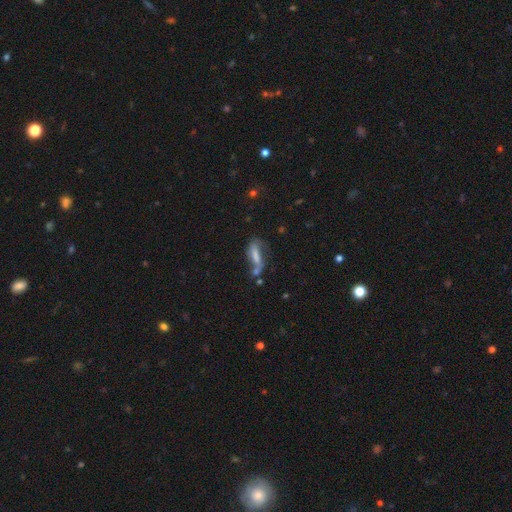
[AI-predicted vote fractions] Q: Smooth or featured?
A: smooth (57%); runner-up: featured or disk (31%)
Q: How rounded?
A: cigar-shaped (49%); runner-up: in between (48%)
Q: Merging?
A: none (32%); runner-up: merger (23%)